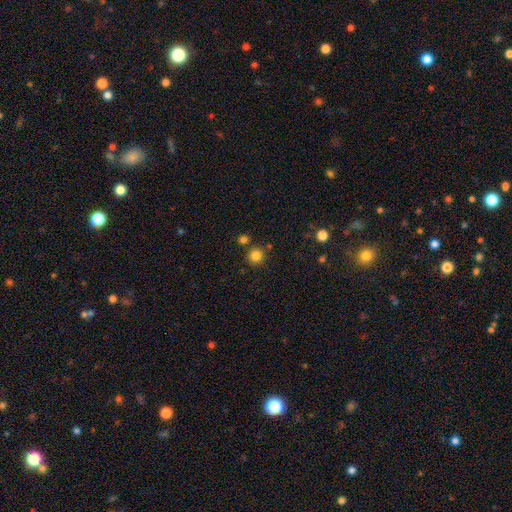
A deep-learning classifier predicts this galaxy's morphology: A smooth galaxy with no disk features (83%) that is round (94%). Merging: none (82%).